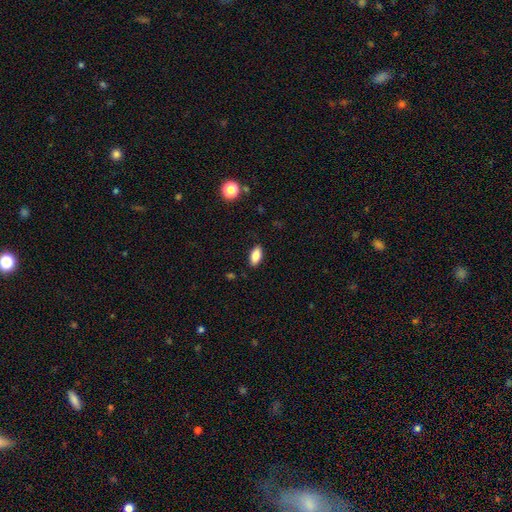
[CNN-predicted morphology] smooth_or_featured: smooth (p=0.83) [alt: featured or disk p=0.09]
how_rounded: in between (p=0.88) [alt: cigar-shaped p=0.08]
merging: none (p=0.88) [alt: minor disturbance p=0.09]